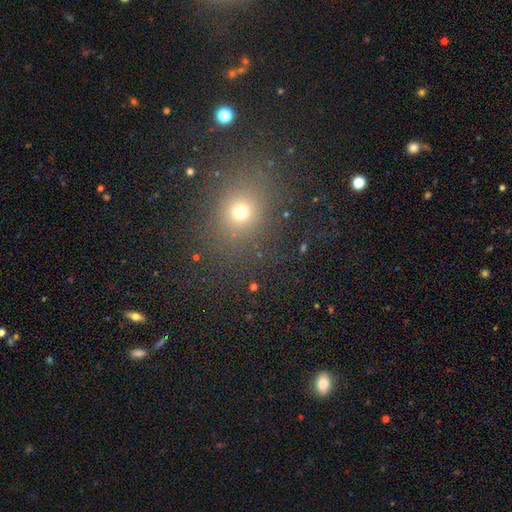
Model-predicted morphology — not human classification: smooth-or-featured: smooth: 59% | star or artifact: 33% | featured or disk: 8%
  how-rounded: round: 69% | in between: 30% | cigar-shaped: 1%
  merging: none: 86% | minor disturbance: 8% | major disturbance: 4% | merger: 2%